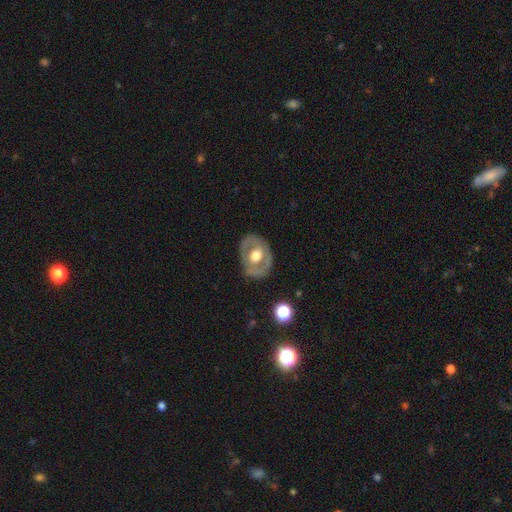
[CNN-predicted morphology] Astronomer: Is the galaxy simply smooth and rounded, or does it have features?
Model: featured or disk — 61%.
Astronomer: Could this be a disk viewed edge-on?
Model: no — 93%.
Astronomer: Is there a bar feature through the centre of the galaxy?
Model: no — 74%.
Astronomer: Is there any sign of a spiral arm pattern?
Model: no — 78%.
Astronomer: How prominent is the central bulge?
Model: moderate — 56% (runner-up: large, 37%).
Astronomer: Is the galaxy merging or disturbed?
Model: none — 79%.